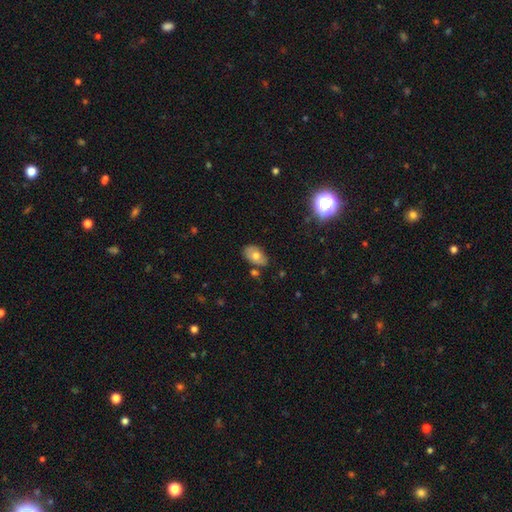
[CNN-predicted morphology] A smooth galaxy with no disk features (67%) that is in between round and cigar-shaped (90%). Merging: none (73%).